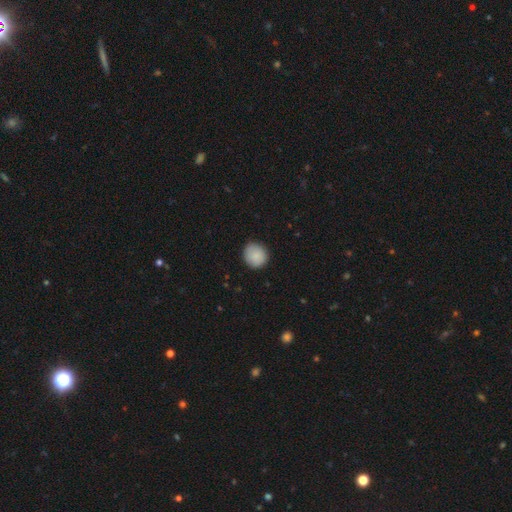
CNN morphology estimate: Smooth or featured?
  - smooth: 89% *
  - star or artifact: 7%
  - featured or disk: 4%
How rounded?
  - round: 92% *
  - in between: 7%
  - cigar-shaped: 1%
Merging?
  - none: 88% *
  - minor disturbance: 9%
  - major disturbance: 2%
  - merger: 1%